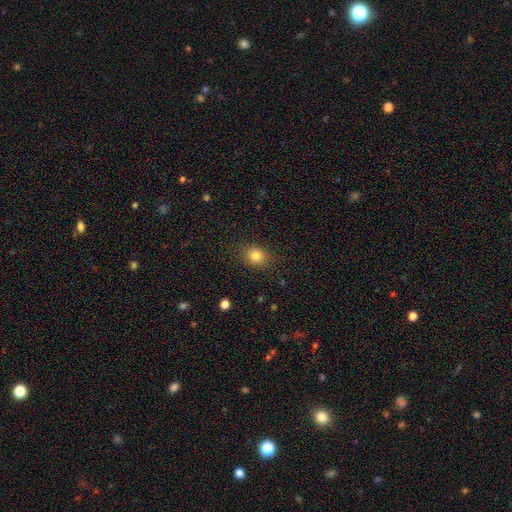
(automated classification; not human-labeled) Morphology: type=smooth (82%); roundness=in between (51%); merging=none (84%).